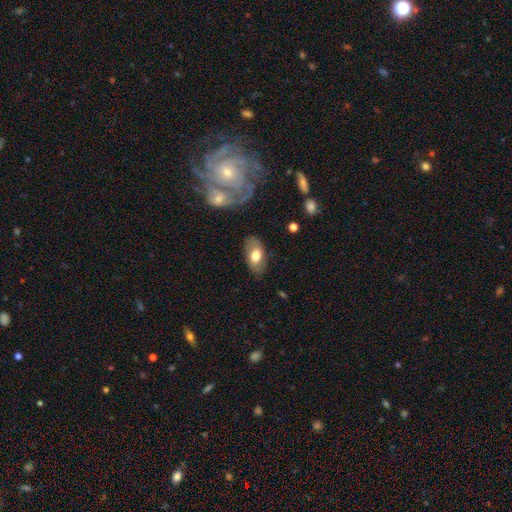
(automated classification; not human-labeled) Smooth or featured: smooth — 68% (featured or disk — 26%)
How rounded: in between — 92% (round — 5%)
Merging: none — 79% (minor disturbance — 14%)